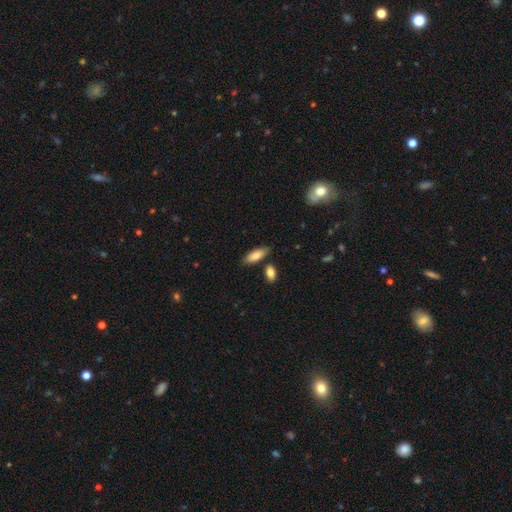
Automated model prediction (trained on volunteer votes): smooth_or_featured: smooth (p=0.82) [alt: featured or disk p=0.12]
how_rounded: in between (p=0.73) [alt: cigar-shaped p=0.25]
merging: none (p=0.78) [alt: minor disturbance p=0.12]